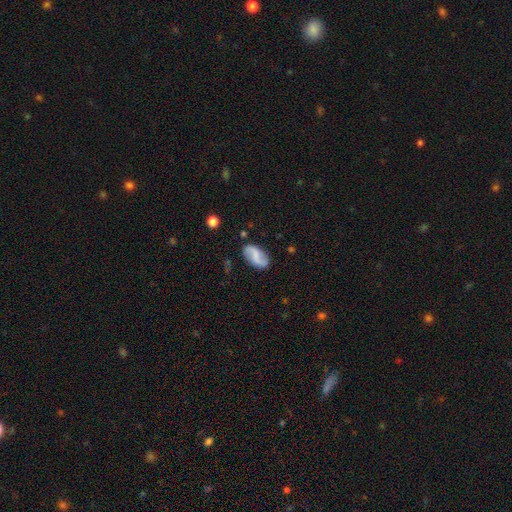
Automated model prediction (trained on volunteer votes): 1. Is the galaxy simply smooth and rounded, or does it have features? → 57% featured or disk, 35% smooth, 8% star or artifact.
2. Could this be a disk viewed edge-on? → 97% no, 3% yes.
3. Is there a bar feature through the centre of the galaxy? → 42% weak, 34% no, 24% strong.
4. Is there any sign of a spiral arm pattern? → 90% yes, 10% no.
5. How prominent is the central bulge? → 56% none, 25% small, 13% moderate, 4% large, 2% dominant.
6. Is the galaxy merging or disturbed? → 79% none, 15% minor disturbance, 4% major disturbance, 2% merger.